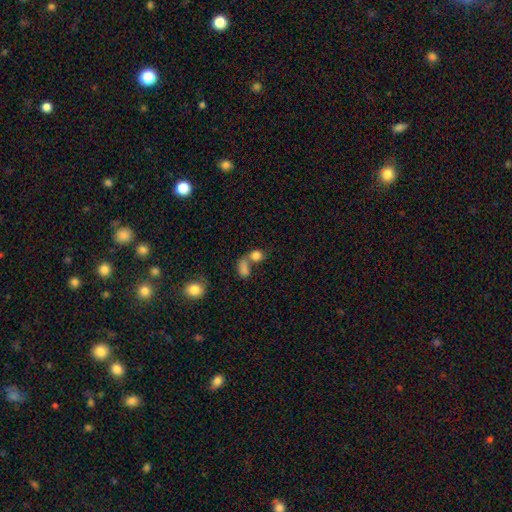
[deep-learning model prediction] Q: Smooth or featured?
A: smooth (81%); runner-up: star or artifact (10%)
Q: How rounded?
A: in between (51%); runner-up: round (47%)
Q: Merging?
A: merger (56%); runner-up: none (29%)